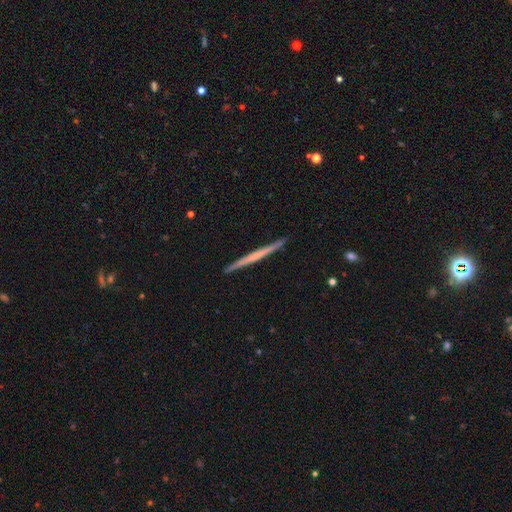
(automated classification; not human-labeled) Q: Smooth or featured?
A: featured or disk (54%); runner-up: smooth (41%)
Q: Edge-on disk?
A: yes (98%); runner-up: no (2%)
Q: Edge-on bulge?
A: none (86%); runner-up: rounded (9%)
Q: Merging?
A: none (92%); runner-up: minor disturbance (6%)